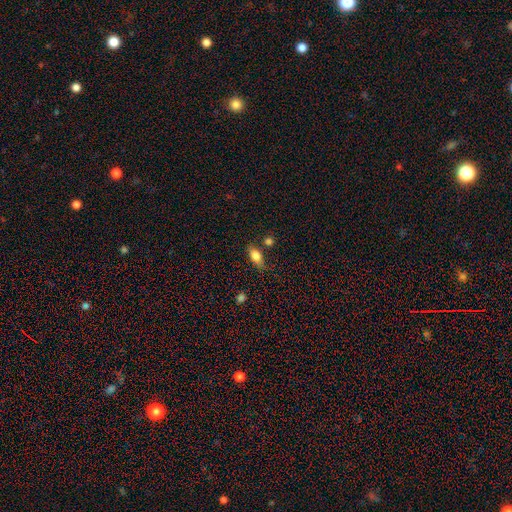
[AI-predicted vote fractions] smooth 78%, featured or disk 13%, star or artifact 9%. Down the decision tree: how rounded — in between (83%); merging — none (65%).